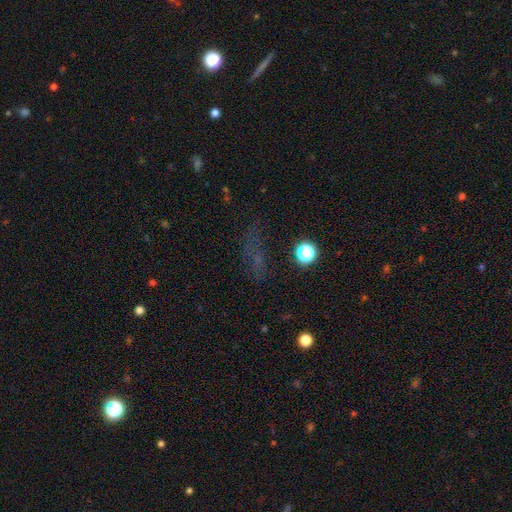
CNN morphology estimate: smooth_or_featured: star or artifact (p=0.42) [alt: smooth p=0.41]